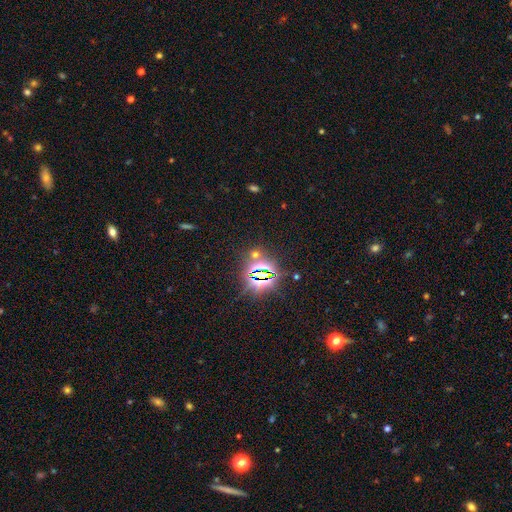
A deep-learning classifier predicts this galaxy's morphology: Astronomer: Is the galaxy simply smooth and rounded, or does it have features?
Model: star or artifact — 76%.